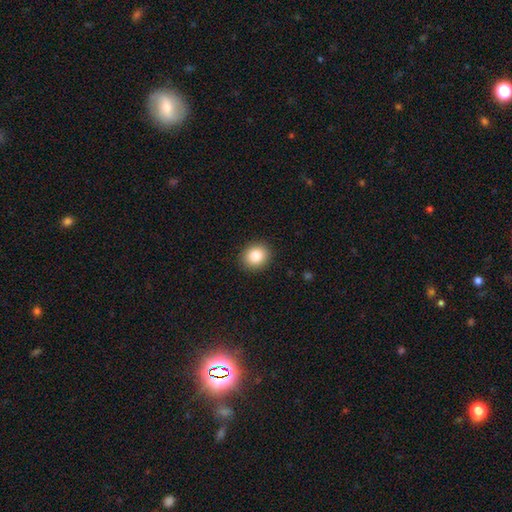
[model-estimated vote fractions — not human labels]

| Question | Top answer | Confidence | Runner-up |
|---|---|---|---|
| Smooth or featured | smooth | 84% | star or artifact (9%) |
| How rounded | round | 73% | in between (26%) |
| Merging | none | 91% | minor disturbance (6%) |